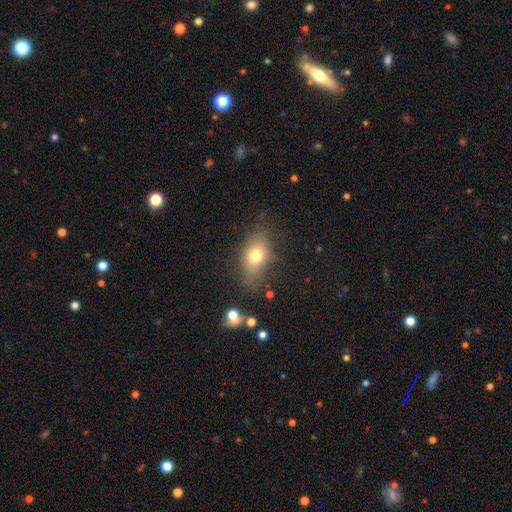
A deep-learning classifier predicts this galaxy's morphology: The model was most divided on "merging": none: 61%, minor disturbance: 24%, major disturbance: 12%, merger: 3%. More confident: how rounded — in between (76%); smooth or featured — smooth (70%).